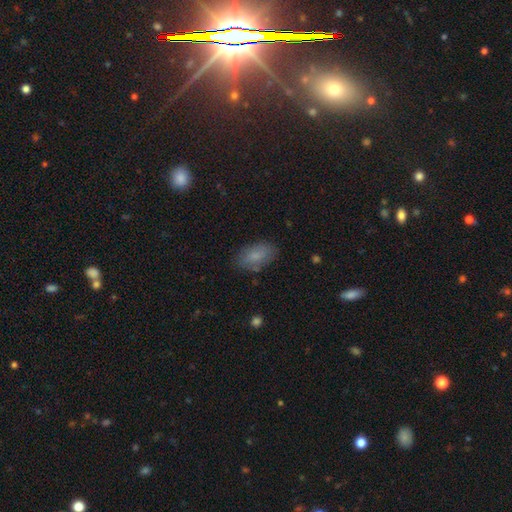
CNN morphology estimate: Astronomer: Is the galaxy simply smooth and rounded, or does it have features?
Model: smooth — 79%.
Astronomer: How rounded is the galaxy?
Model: in between — 93%.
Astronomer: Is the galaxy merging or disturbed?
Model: none — 79%.